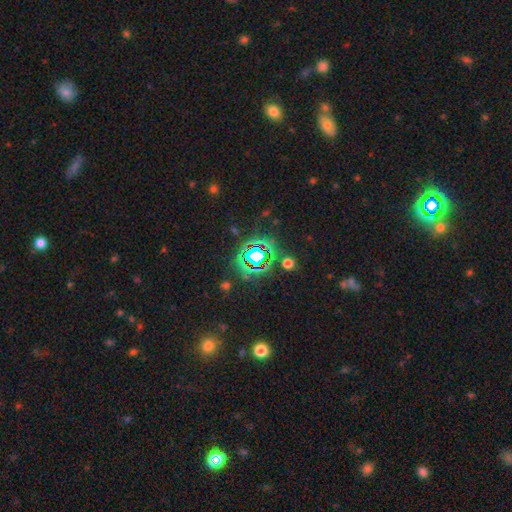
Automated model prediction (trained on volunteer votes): Smooth or featured? Predicted: star or artifact (p=0.71).